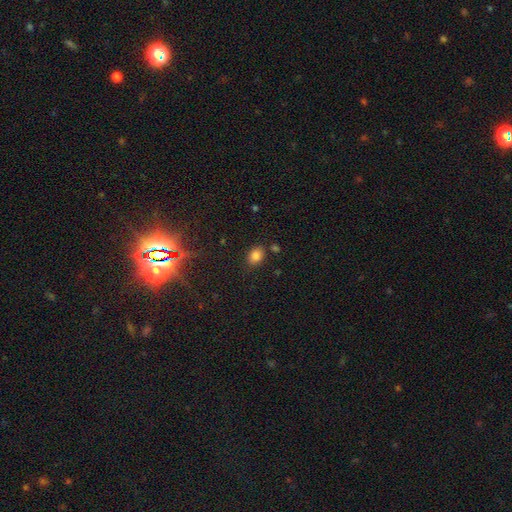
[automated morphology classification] Smooth or featured: smooth — 82% (star or artifact — 12%)
How rounded: in between — 70% (round — 29%)
Merging: none — 80% (minor disturbance — 12%)